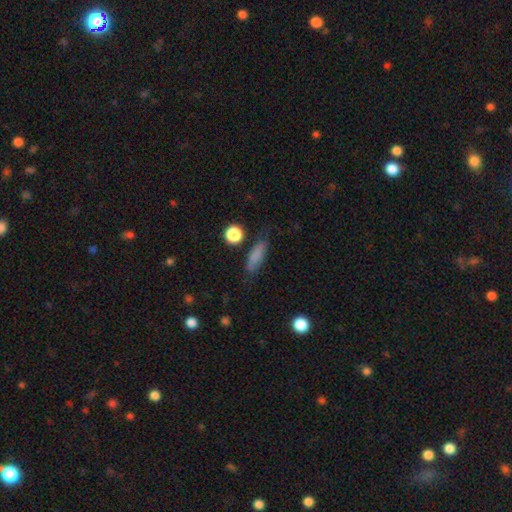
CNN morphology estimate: A smooth galaxy with no disk features (81%) that is cigar-shaped (49%).

Vote fractions:
- Smooth or featured? smooth: 81% / featured or disk: 10% / star or artifact: 9%
- How rounded? cigar-shaped: 49% / in between: 45% / round: 5%
- Merging? none: 76% / minor disturbance: 17% / major disturbance: 5% / merger: 3%